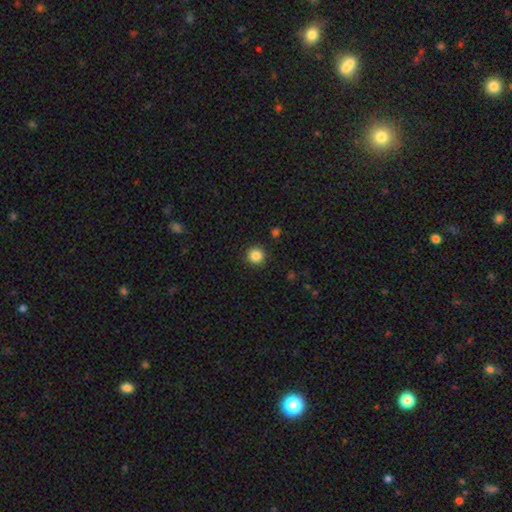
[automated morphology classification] type=smooth (86%); roundness=round (95%); merging=none (92%).